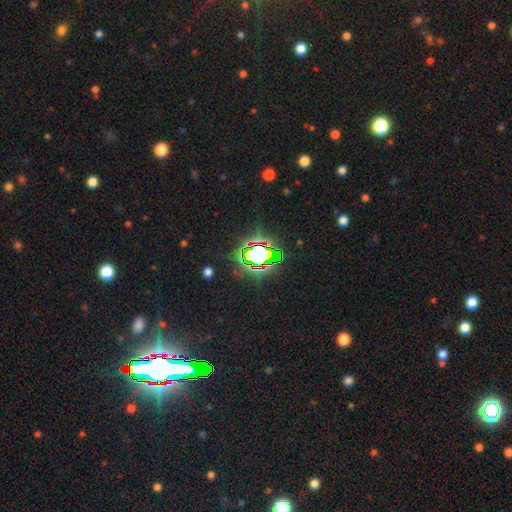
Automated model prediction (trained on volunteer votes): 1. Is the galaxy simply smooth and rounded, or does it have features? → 75% star or artifact, 15% smooth, 10% featured or disk.